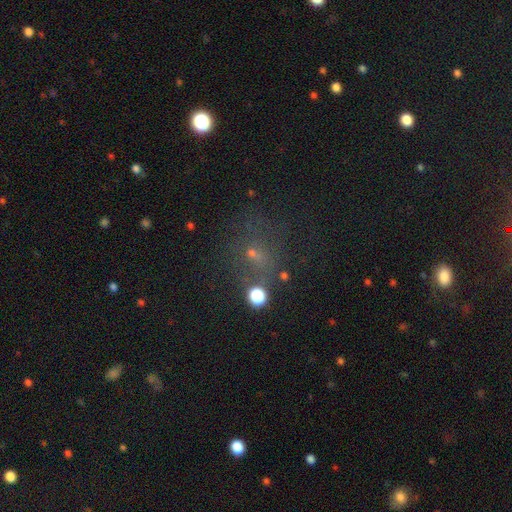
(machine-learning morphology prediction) This is marginally a smooth galaxy (42%). Merging: likely none (63%).